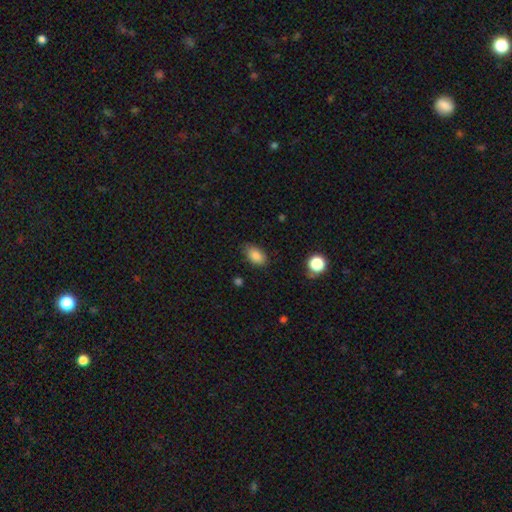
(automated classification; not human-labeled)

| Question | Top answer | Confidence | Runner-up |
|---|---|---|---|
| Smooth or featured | smooth | 86% | star or artifact (9%) |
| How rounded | in between | 89% | round (8%) |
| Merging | none | 79% | minor disturbance (16%) |